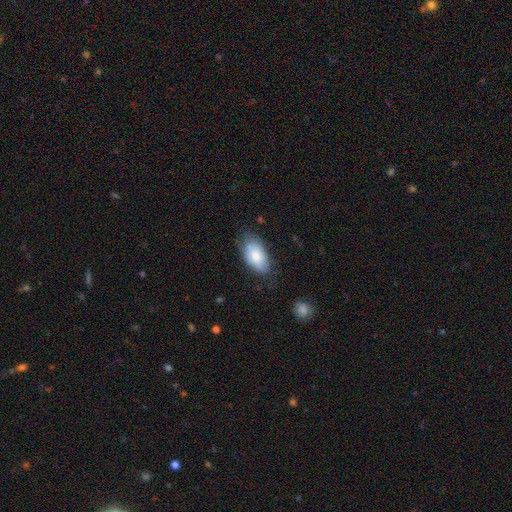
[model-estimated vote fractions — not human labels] smooth-or-featured: smooth: 80% | featured or disk: 14% | star or artifact: 6%
  how-rounded: in between: 93% | cigar-shaped: 4% | round: 3%
  merging: none: 67% | minor disturbance: 25% | major disturbance: 6% | merger: 2%